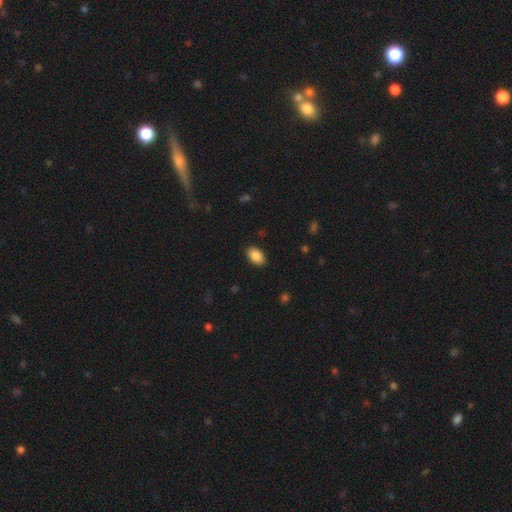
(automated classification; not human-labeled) Smooth or featured?
  - smooth: 89% *
  - star or artifact: 7%
  - featured or disk: 4%
How rounded?
  - in between: 91% *
  - round: 8%
  - cigar-shaped: 1%
Merging?
  - none: 88% *
  - minor disturbance: 9%
  - major disturbance: 2%
  - merger: 1%